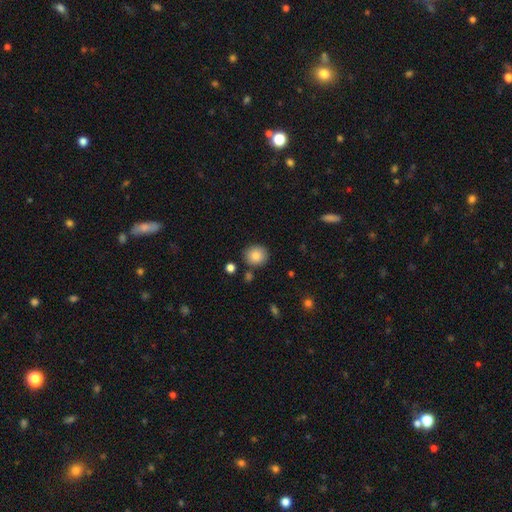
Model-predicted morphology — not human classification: Smooth or featured: smooth — 86% (star or artifact — 8%)
How rounded: round — 81% (in between — 18%)
Merging: none — 85% (minor disturbance — 9%)